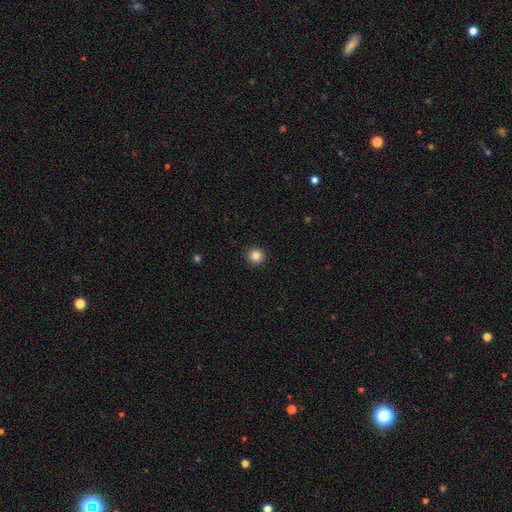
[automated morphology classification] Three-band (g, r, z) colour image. It shows a smooth galaxy with no disk features (84%) that is round (95%). Merging: none (93%).